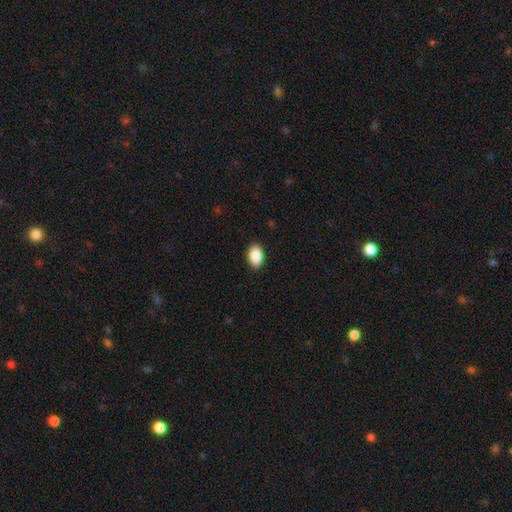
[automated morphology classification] smooth-or-featured: smooth: 89% | star or artifact: 7% | featured or disk: 4%
  how-rounded: in between: 88% | round: 11% | cigar-shaped: 1%
  merging: none: 89% | minor disturbance: 8% | major disturbance: 2% | merger: 1%